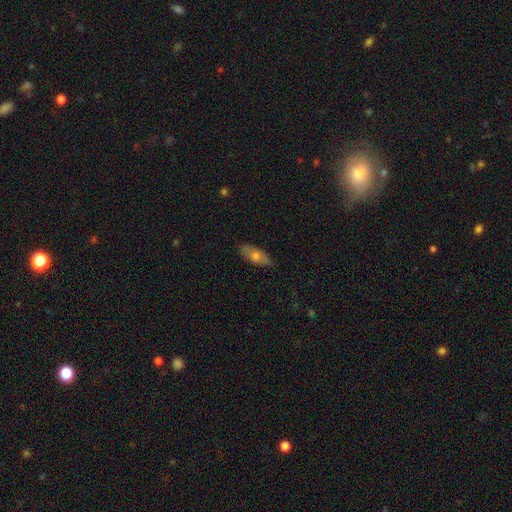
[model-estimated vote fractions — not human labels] Smooth or featured: smooth — 62% (featured or disk — 31%)
How rounded: in between — 79% (cigar-shaped — 17%)
Merging: none — 83% (minor disturbance — 13%)